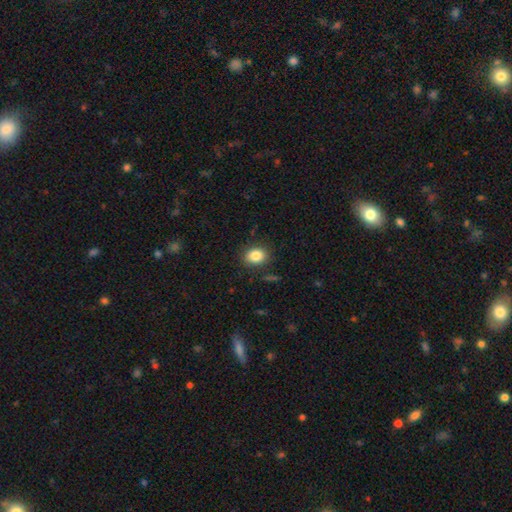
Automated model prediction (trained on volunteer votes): Smooth or featured? smooth (84%)
How rounded? in between (56%)
Merging? none (86%)